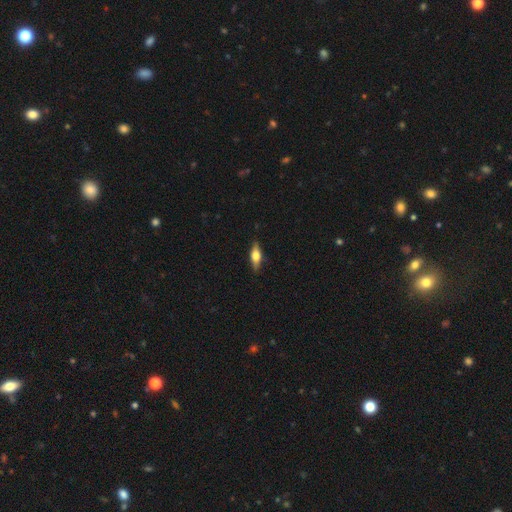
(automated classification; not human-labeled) Smooth or featured? Predicted: featured or disk (p=0.47). Merging? Predicted: none (p=0.86).